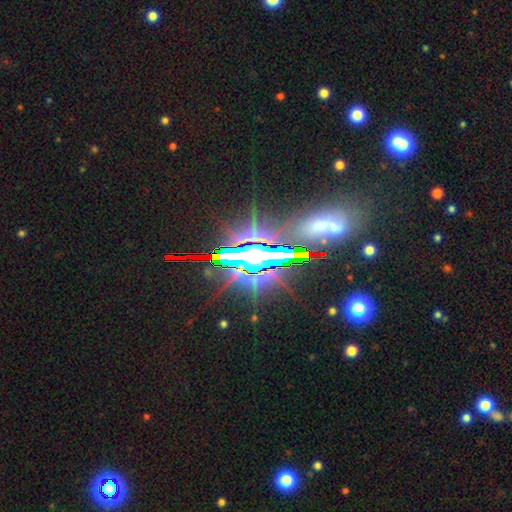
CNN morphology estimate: Smooth or featured? star or artifact (80%)